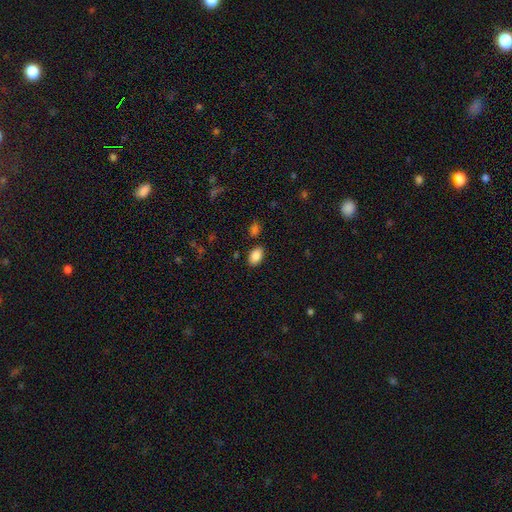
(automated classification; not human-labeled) Smooth or featured: smooth — 87% (star or artifact — 8%)
How rounded: in between — 89% (round — 10%)
Merging: none — 85% (minor disturbance — 10%)